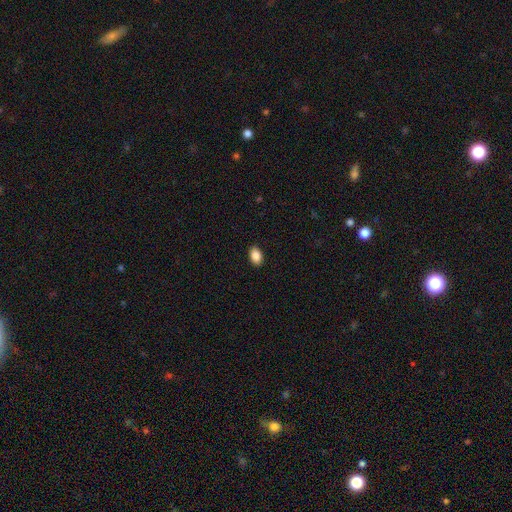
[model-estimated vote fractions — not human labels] smooth_or_featured: smooth (p=0.88) [alt: star or artifact p=0.08]
how_rounded: in between (p=0.89) [alt: round p=0.09]
merging: none (p=0.89) [alt: minor disturbance p=0.08]